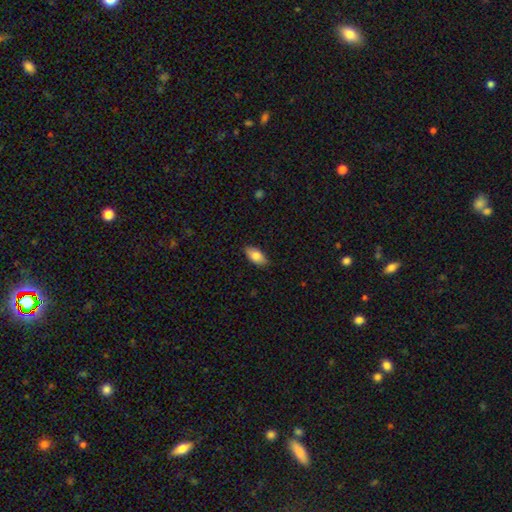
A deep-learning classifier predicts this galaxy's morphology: This is clearly a smooth galaxy (83%). How rounded: clearly in between (93%). Merging: clearly none (87%).